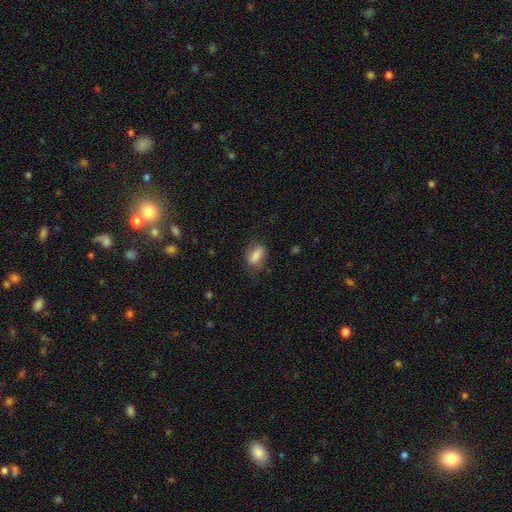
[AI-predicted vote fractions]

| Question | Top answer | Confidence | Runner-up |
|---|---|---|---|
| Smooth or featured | smooth | 78% | featured or disk (14%) |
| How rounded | in between | 83% | cigar-shaped (9%) |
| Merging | none | 66% | minor disturbance (23%) |